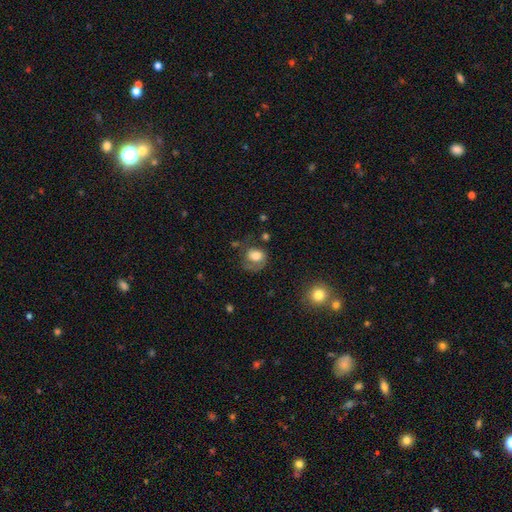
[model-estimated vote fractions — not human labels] smooth 58%, featured or disk 33%, star or artifact 9%. Down the decision tree: how rounded — round (58%); merging — none (42%).